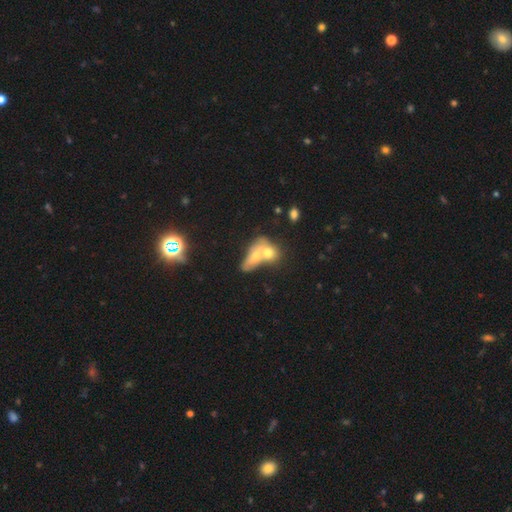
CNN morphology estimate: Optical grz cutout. It shows a smooth galaxy with no disk features (60%) that is in between round and cigar-shaped (68%). Merging: merger (72%).